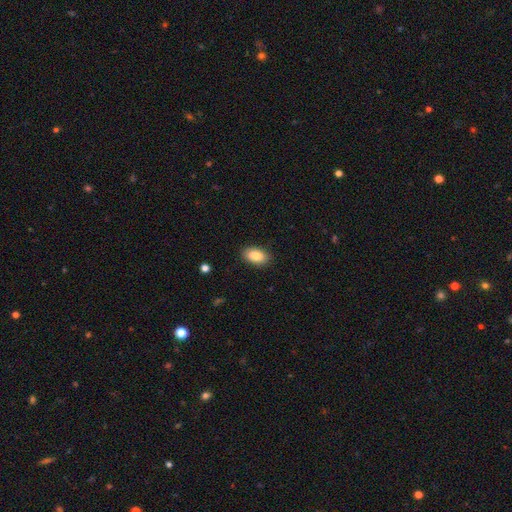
smooth-or-featured: smooth: 95% | featured or disk: 5% | star or artifact: 0%
  how-rounded: in between: 97% | round: 3% | cigar-shaped: 0%
  merging: none: 81% | minor disturbance: 19% | major disturbance: 0% | merger: 0%